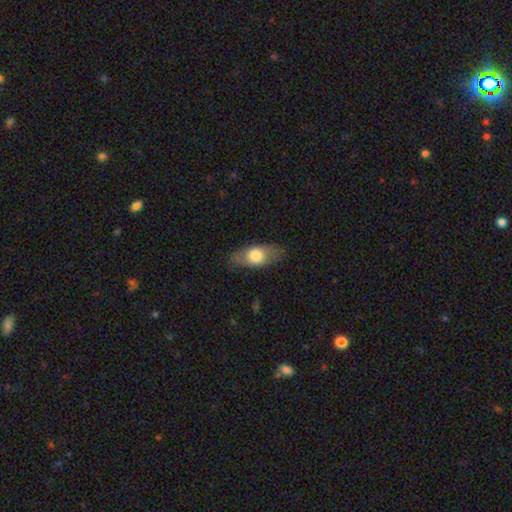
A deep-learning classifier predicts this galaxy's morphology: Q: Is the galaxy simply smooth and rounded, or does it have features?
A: smooth — 66%.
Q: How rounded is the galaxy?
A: in between — 81%.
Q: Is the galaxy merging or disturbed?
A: none — 80%.